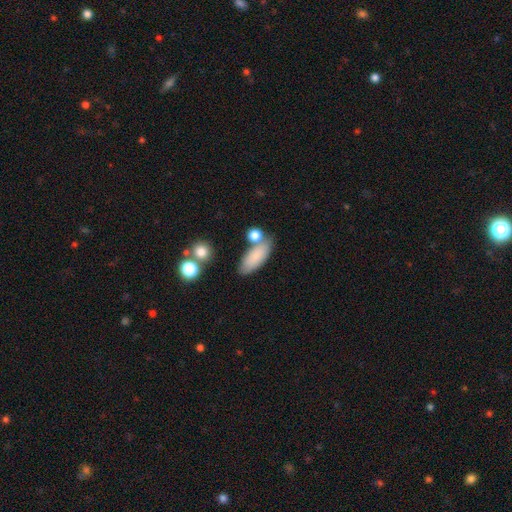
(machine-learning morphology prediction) smooth-or-featured: smooth: 83% | featured or disk: 9% | star or artifact: 7%
  how-rounded: in between: 76% | cigar-shaped: 21% | round: 3%
  merging: none: 69% | minor disturbance: 14% | merger: 12% | major disturbance: 4%